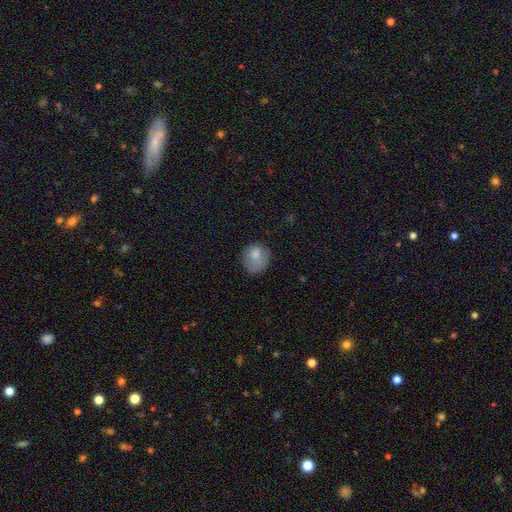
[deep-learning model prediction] smooth-or-featured: smooth: 80% | featured or disk: 11% | star or artifact: 9%
  how-rounded: round: 71% | in between: 28% | cigar-shaped: 1%
  merging: none: 61% | minor disturbance: 25% | major disturbance: 12% | merger: 2%